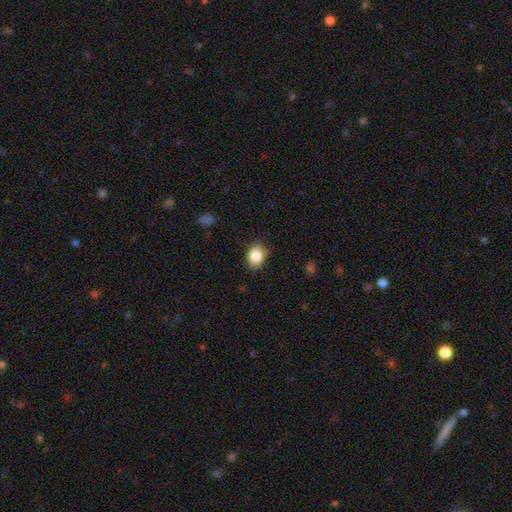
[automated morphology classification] smooth 86%, star or artifact 9%, featured or disk 5%. Down the decision tree: how rounded — in between (58%); merging — none (77%).